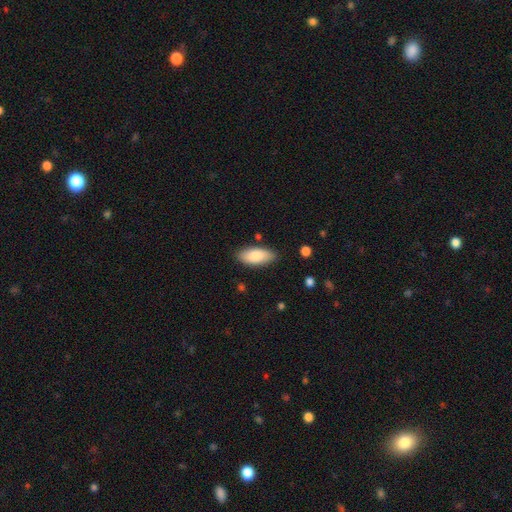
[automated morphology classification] Q: Smooth or featured?
A: smooth (85%); runner-up: featured or disk (10%)
Q: How rounded?
A: in between (87%); runner-up: cigar-shaped (11%)
Q: Merging?
A: none (85%); runner-up: minor disturbance (11%)